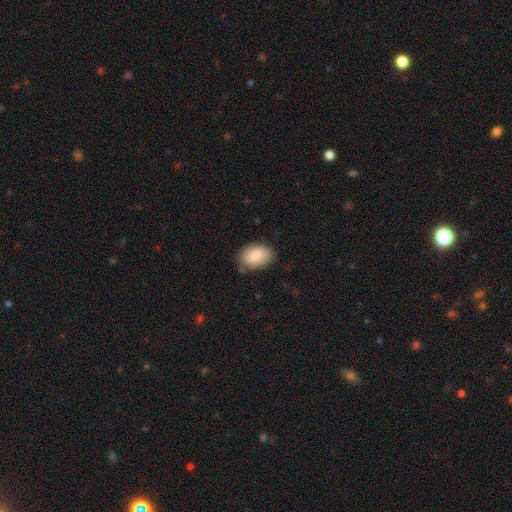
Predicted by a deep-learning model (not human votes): Smooth or featured: smooth — 84% (featured or disk — 9%)
How rounded: in between — 86% (round — 13%)
Merging: none — 72% (minor disturbance — 22%)